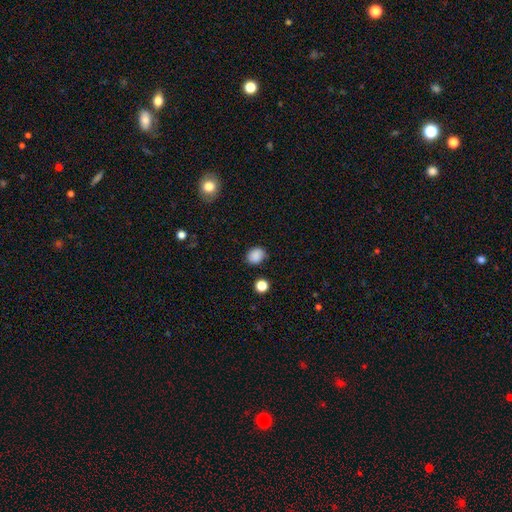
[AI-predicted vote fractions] Smooth or featured? smooth (86%)
How rounded? round (59%)
Merging? none (82%)